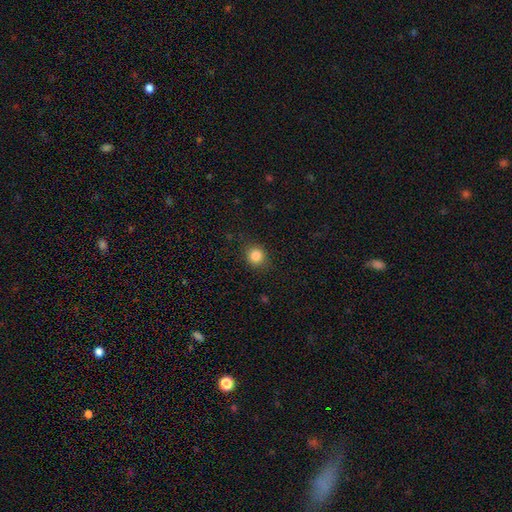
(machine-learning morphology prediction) Smooth or featured: smooth — 85% (star or artifact — 11%)
How rounded: round — 82% (in between — 17%)
Merging: none — 87% (minor disturbance — 9%)